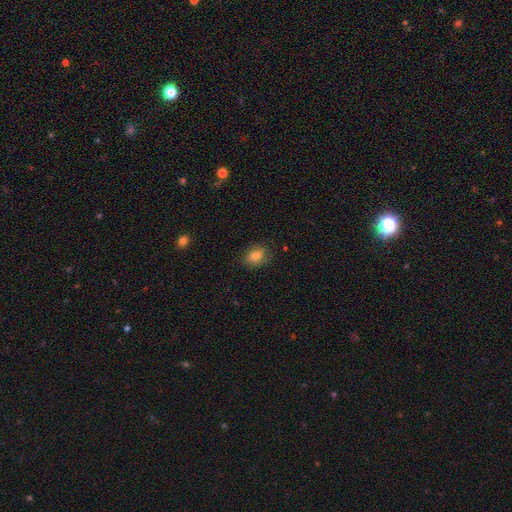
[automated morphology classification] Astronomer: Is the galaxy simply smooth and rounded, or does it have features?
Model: smooth — 79%.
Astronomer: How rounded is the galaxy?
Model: in between — 71%.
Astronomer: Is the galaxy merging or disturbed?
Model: none — 76%.